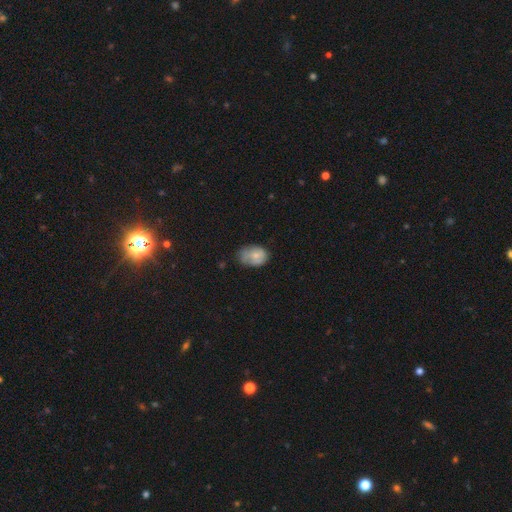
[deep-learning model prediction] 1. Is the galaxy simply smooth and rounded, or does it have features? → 65% smooth, 27% featured or disk, 8% star or artifact.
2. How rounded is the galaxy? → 80% in between, 19% round, 1% cigar-shaped.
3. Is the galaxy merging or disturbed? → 46% none, 38% minor disturbance, 13% major disturbance, 3% merger.